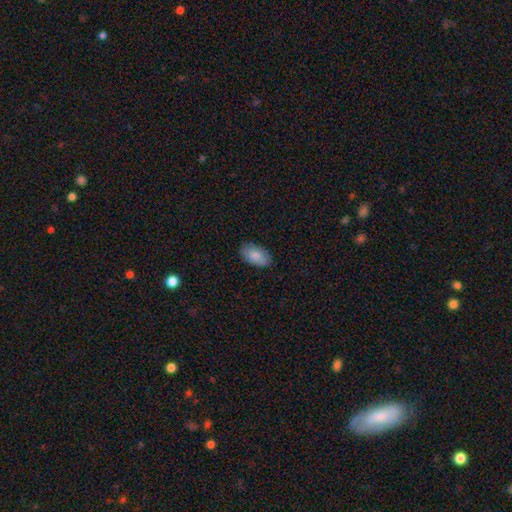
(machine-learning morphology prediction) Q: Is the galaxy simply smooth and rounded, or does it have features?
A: smooth — 84%.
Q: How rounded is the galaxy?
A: in between — 95%.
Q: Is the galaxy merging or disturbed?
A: none — 85%.